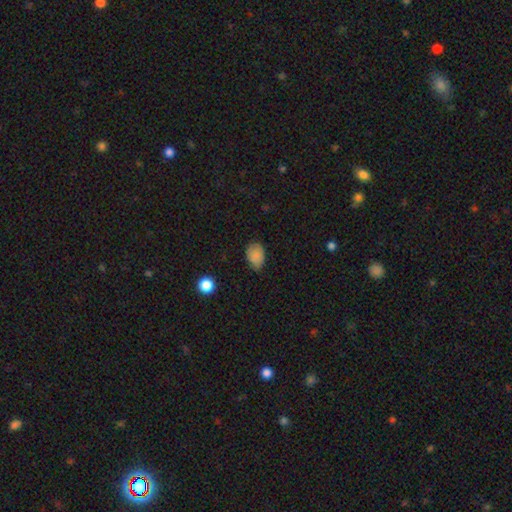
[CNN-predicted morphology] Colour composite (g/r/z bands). It shows a smooth galaxy with no disk features (83%) that is in between round and cigar-shaped (76%). Merging: none (62%).